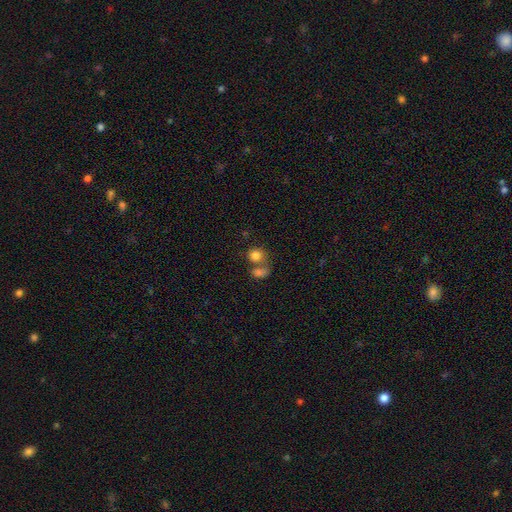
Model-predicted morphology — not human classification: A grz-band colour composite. It shows a smooth galaxy with no disk features (80%) that is round (74%). Merging: merger (44%).